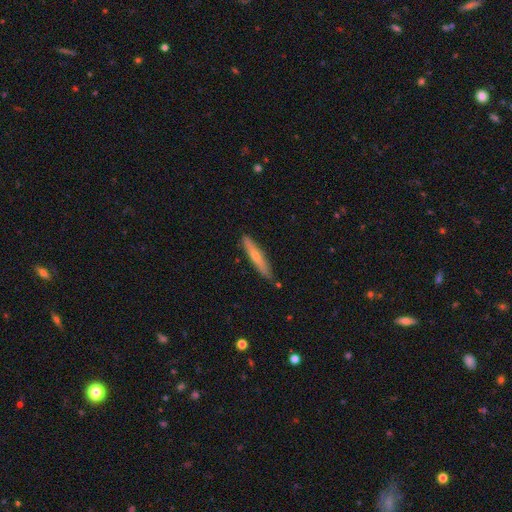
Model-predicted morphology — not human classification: Smooth or featured?
  - smooth: 54% *
  - featured or disk: 40%
  - star or artifact: 6%
How rounded?
  - cigar-shaped: 92% *
  - in between: 7%
  - round: 1%
Merging?
  - none: 84% *
  - minor disturbance: 12%
  - merger: 2%
  - major disturbance: 2%